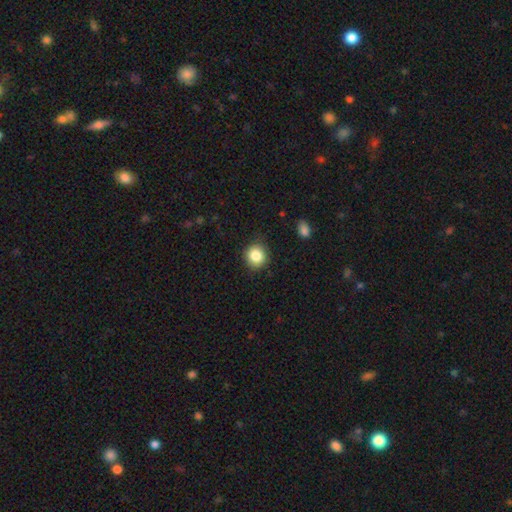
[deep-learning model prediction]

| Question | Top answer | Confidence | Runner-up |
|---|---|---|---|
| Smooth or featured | smooth | 85% | star or artifact (10%) |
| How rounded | round | 86% | in between (13%) |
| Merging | none | 87% | minor disturbance (10%) |